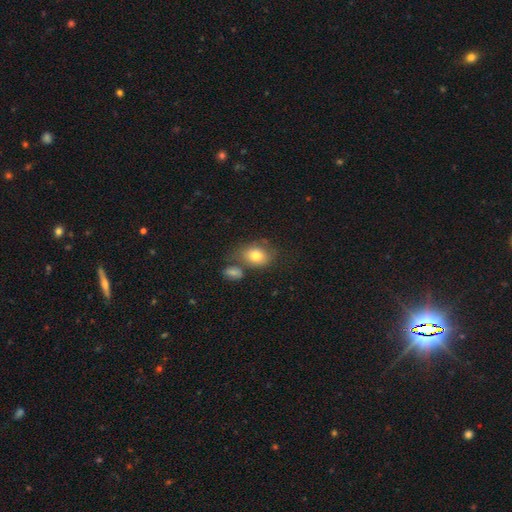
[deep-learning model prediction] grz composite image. It shows a smooth galaxy with no disk features (78%) that is in between round and cigar-shaped (61%). Merging: none (54%).